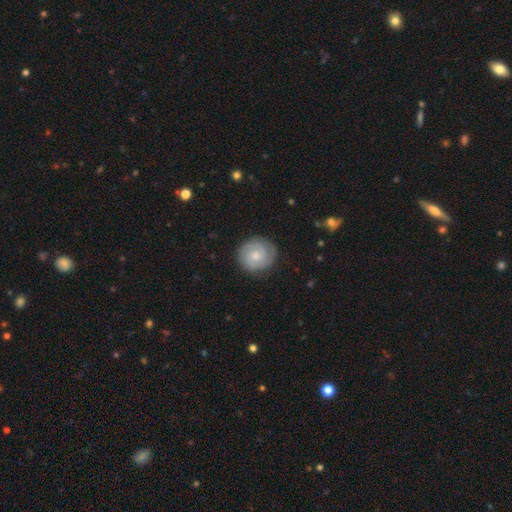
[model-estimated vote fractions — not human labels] A featured or disk galaxy (63%) with no bar (69%), 2 (60%) tight (68%) spiral arms (91%) and a moderate central bulge (49%).

Vote fractions:
- Smooth or featured? featured or disk: 63% / smooth: 31% / star or artifact: 6%
- Edge-on disk? no: 98% / yes: 2%
- Bar? no: 69% / weak: 28% / strong: 4%
- Spiral arms? yes: 91% / no: 9%
- Spiral winding? tight: 68% / medium: 26% / loose: 6%
- Spiral arm count? 2: 60% / can't tell: 19% / 3: 12% / 1: 4% / 4: 3% / more than 4: 3%
- Bulge size? moderate: 49% / small: 44% / none: 3% / large: 3% / dominant: 1%
- Merging? none: 85% / minor disturbance: 11% / major disturbance: 3% / merger: 1%